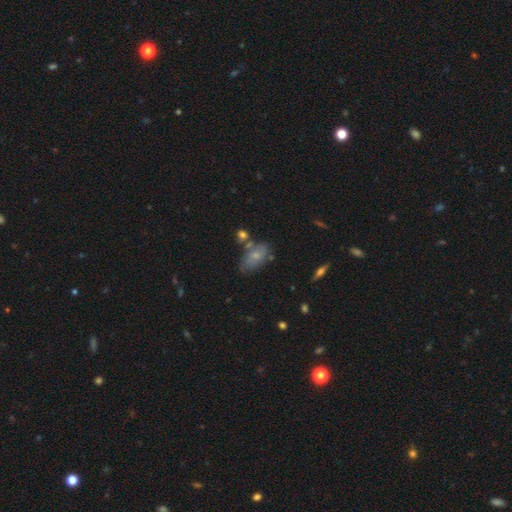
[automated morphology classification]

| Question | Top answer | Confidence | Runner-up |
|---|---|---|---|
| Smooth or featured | smooth | 67% | featured or disk (24%) |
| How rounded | in between | 90% | round (7%) |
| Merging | none | 56% | minor disturbance (25%) |